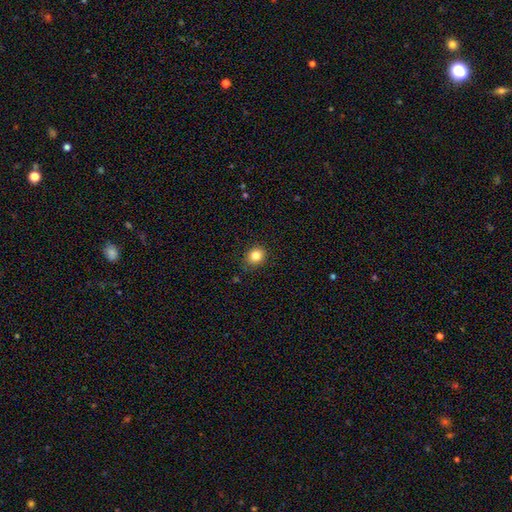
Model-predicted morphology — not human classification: Smooth or featured? Predicted: smooth (p=0.82). How rounded? Predicted: round (p=0.74). Merging? Predicted: none (p=0.87).